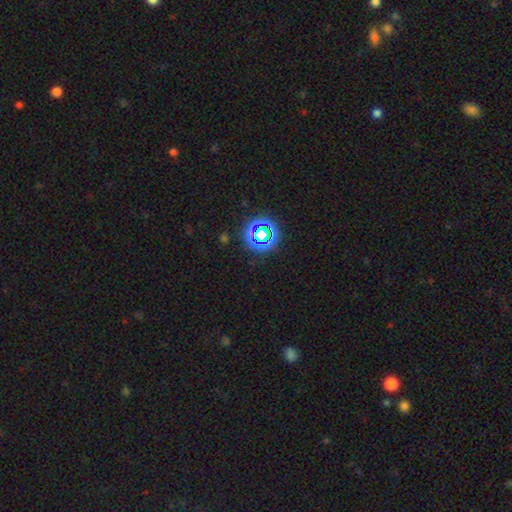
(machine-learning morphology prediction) Smooth or featured: star or artifact — 69% (smooth — 25%)